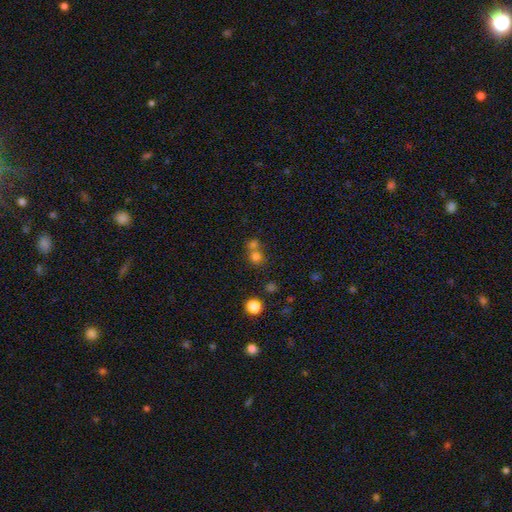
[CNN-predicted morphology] smooth 69%, star or artifact 20%, featured or disk 11%. Down the decision tree: how rounded — round (84%); merging — merger (46%).